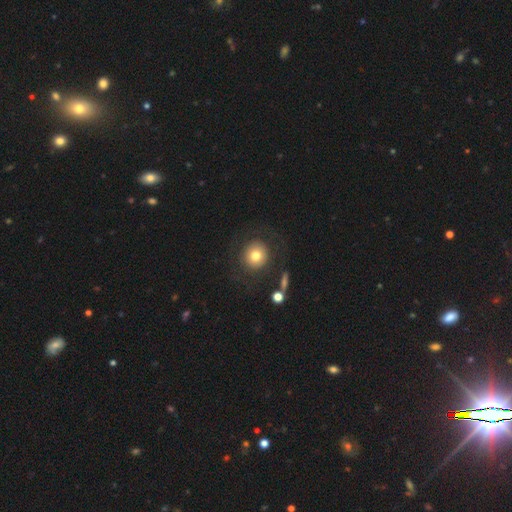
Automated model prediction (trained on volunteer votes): A smooth galaxy with no disk features (72%) that is round (90%).

Vote fractions:
- Smooth or featured? smooth: 72% / featured or disk: 19% / star or artifact: 9%
- How rounded? round: 90% / in between: 9% / cigar-shaped: 1%
- Merging? none: 76% / minor disturbance: 10% / major disturbance: 10% / merger: 3%